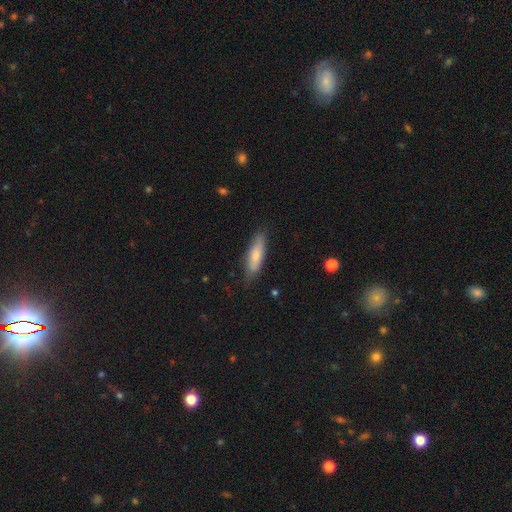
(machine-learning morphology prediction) Q: Smooth or featured?
A: smooth (74%); runner-up: featured or disk (20%)
Q: How rounded?
A: cigar-shaped (57%); runner-up: in between (42%)
Q: Merging?
A: none (79%); runner-up: minor disturbance (17%)